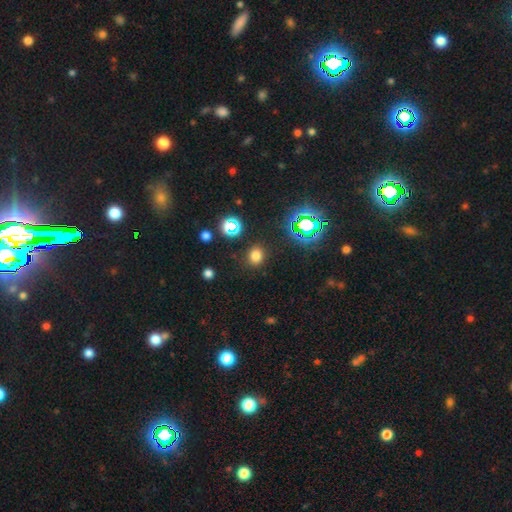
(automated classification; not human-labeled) Q: Smooth or featured?
A: smooth (73%); runner-up: star or artifact (22%)
Q: How rounded?
A: round (71%); runner-up: in between (28%)
Q: Merging?
A: none (88%); runner-up: minor disturbance (8%)